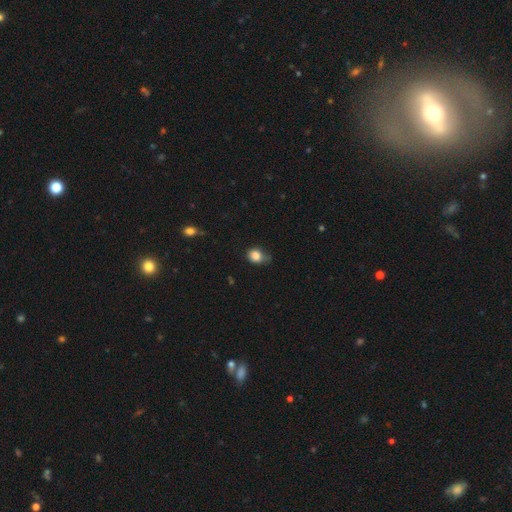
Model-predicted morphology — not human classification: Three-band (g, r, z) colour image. It shows a smooth galaxy with no disk features (83%) that is round (60%). Merging: none (53%).